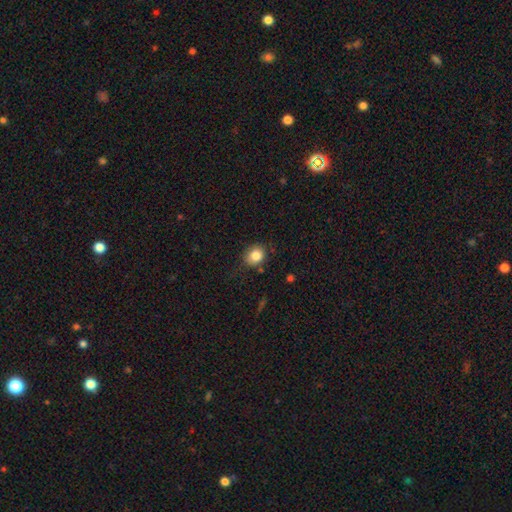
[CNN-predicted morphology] Smooth or featured: smooth — 83% (star or artifact — 10%)
How rounded: round — 65% (in between — 34%)
Merging: none — 79% (minor disturbance — 15%)